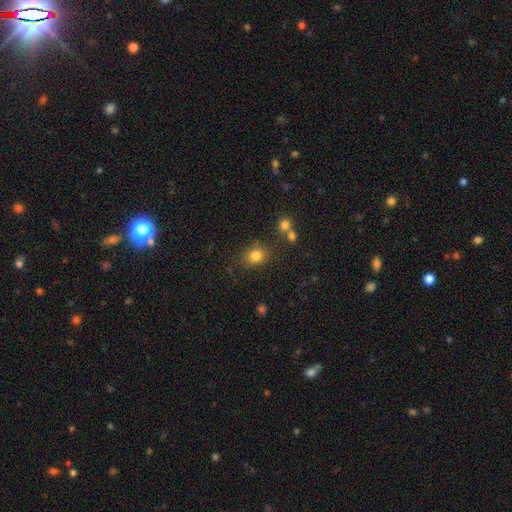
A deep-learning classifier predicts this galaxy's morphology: A smooth galaxy with no disk features (81%) that is round (58%).

Vote fractions:
- Smooth or featured? smooth: 81% / star or artifact: 12% / featured or disk: 7%
- How rounded? round: 58% / in between: 41% / cigar-shaped: 1%
- Merging? none: 77% / minor disturbance: 12% / merger: 7% / major disturbance: 4%